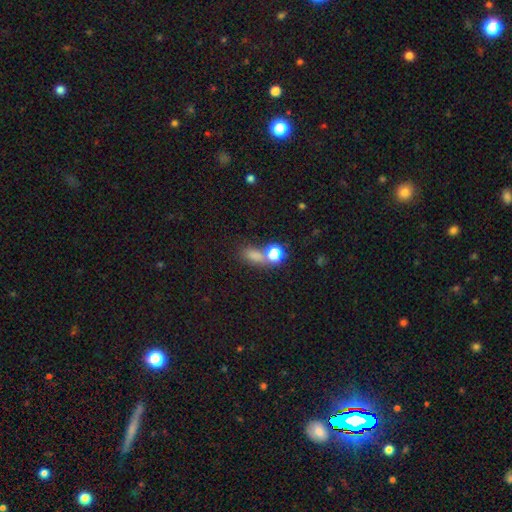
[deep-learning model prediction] Q: Smooth or featured?
A: smooth (68%); runner-up: star or artifact (24%)
Q: How rounded?
A: in between (60%); runner-up: round (33%)
Q: Merging?
A: none (53%); runner-up: merger (28%)